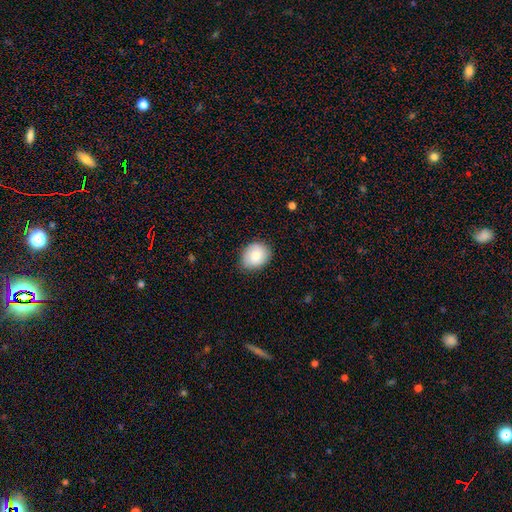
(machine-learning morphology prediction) This appears to be a smooth galaxy with no disk features (81%) that is round (55%). Merging: none (82%).